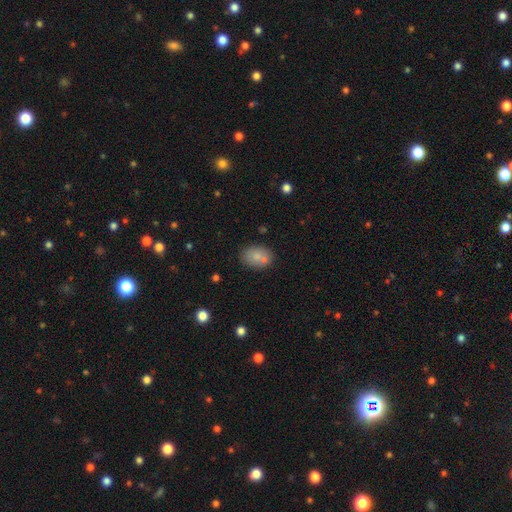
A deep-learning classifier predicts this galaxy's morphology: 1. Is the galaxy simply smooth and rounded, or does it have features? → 78% smooth, 12% featured or disk, 9% star or artifact.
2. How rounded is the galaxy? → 75% in between, 24% round, 1% cigar-shaped.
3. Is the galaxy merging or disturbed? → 65% none, 17% merger, 14% minor disturbance, 4% major disturbance.